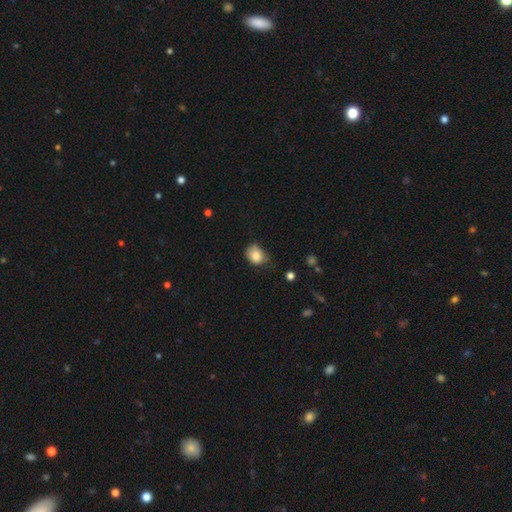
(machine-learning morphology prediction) This appears to be a smooth galaxy with no disk features (82%) that is in between round and cigar-shaped (51%). Merging: none (46%).